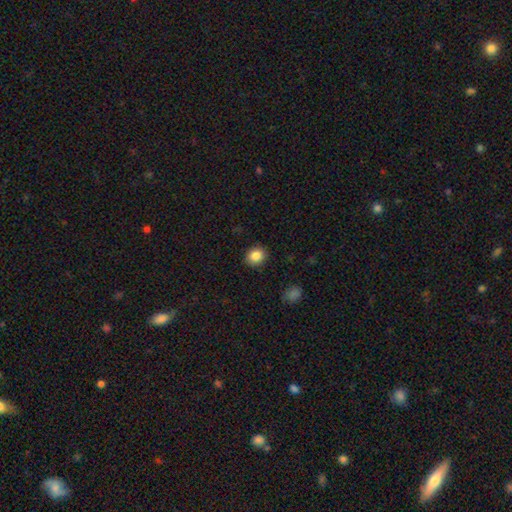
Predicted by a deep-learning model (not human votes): Smooth or featured?
  - smooth: 85% *
  - star or artifact: 10%
  - featured or disk: 5%
How rounded?
  - round: 71% *
  - in between: 28%
  - cigar-shaped: 1%
Merging?
  - none: 91% *
  - minor disturbance: 7%
  - major disturbance: 2%
  - merger: 1%